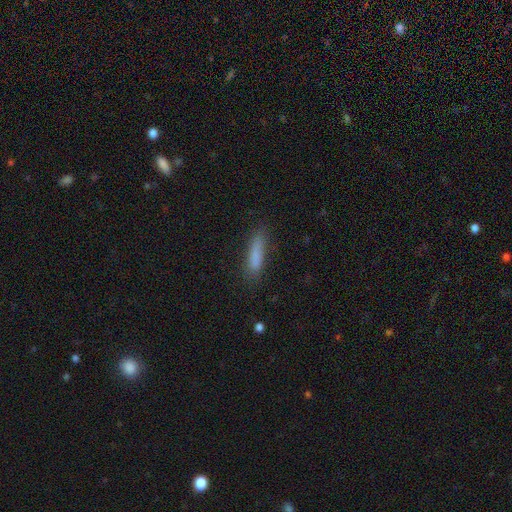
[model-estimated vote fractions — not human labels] Overall: smooth (82%). How rounded: cigar-shaped (79%). Merging: none (78%).